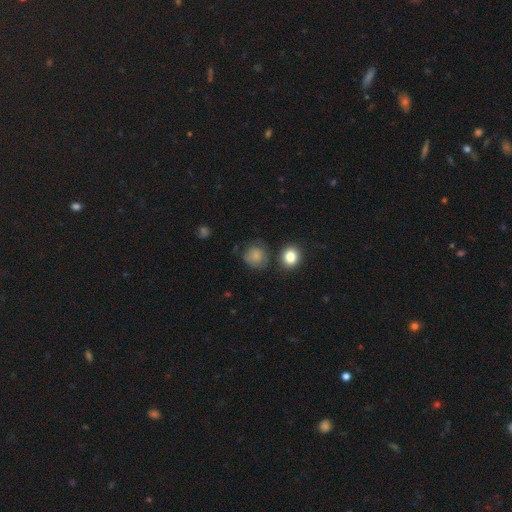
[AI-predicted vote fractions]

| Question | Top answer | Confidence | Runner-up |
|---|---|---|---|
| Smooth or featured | smooth | 78% | star or artifact (11%) |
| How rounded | round | 84% | in between (15%) |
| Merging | none | 66% | minor disturbance (21%) |